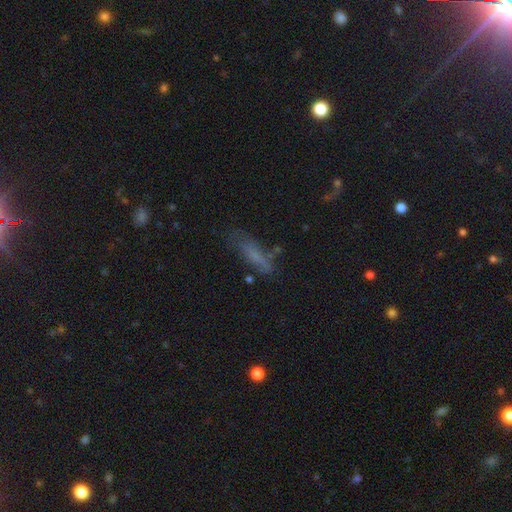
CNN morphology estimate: smooth_or_featured: smooth (p=0.62) [alt: featured or disk p=0.24]
how_rounded: cigar-shaped (p=0.63) [alt: in between p=0.34]
merging: none (p=0.55) [alt: minor disturbance p=0.25]